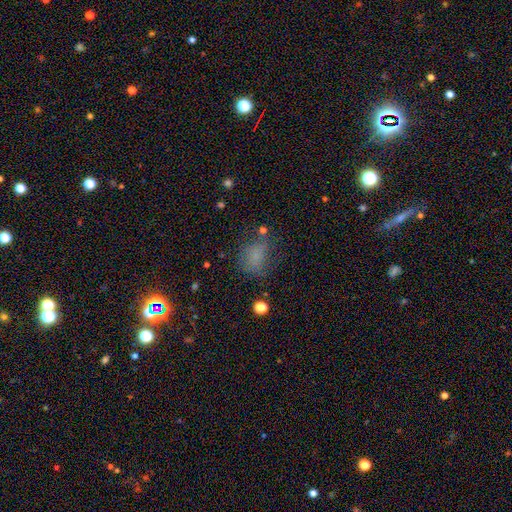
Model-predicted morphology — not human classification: smooth_or_featured: smooth (p=0.64) [alt: star or artifact p=0.22]
how_rounded: in between (p=0.66) [alt: round p=0.32]
merging: none (p=0.53) [alt: minor disturbance p=0.25]